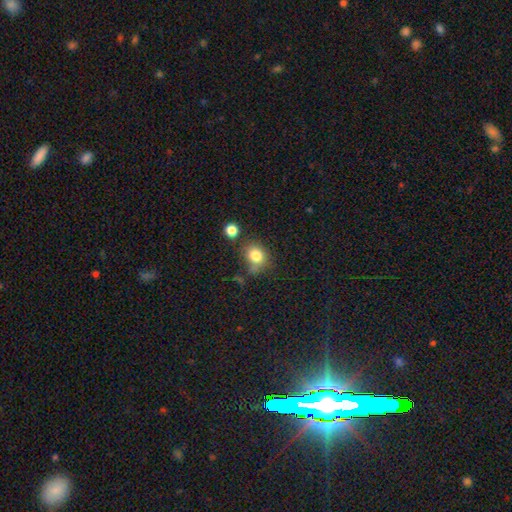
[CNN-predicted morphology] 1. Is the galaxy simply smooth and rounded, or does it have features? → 81% smooth, 11% star or artifact, 8% featured or disk.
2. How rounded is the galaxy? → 64% round, 35% in between, 1% cigar-shaped.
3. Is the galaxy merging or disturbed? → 62% none, 20% minor disturbance, 10% merger, 7% major disturbance.